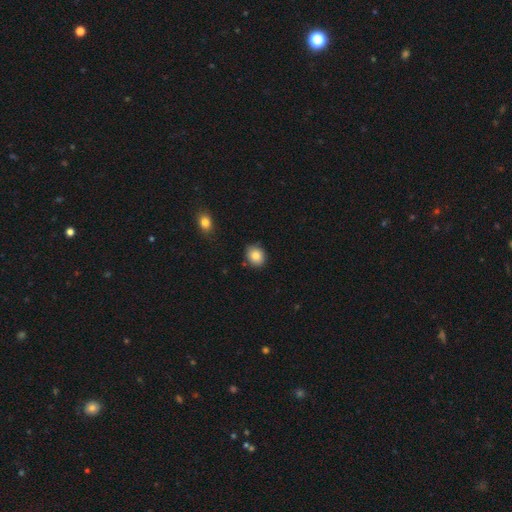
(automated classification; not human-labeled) Smooth or featured? smooth (85%)
How rounded? round (61%)
Merging? none (85%)